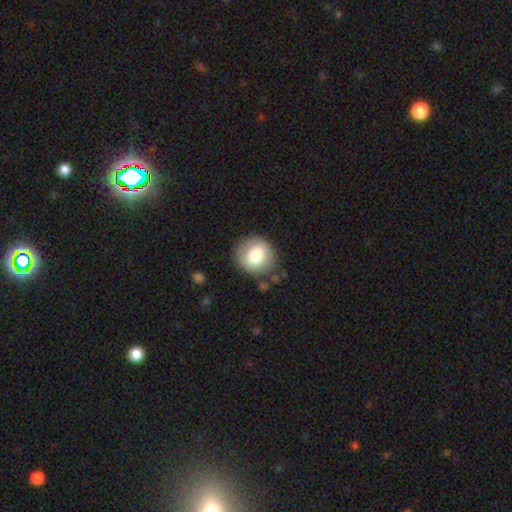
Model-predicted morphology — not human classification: This is likely a smooth galaxy (78%). How rounded: clearly round (86%). Merging: clearly none (81%).